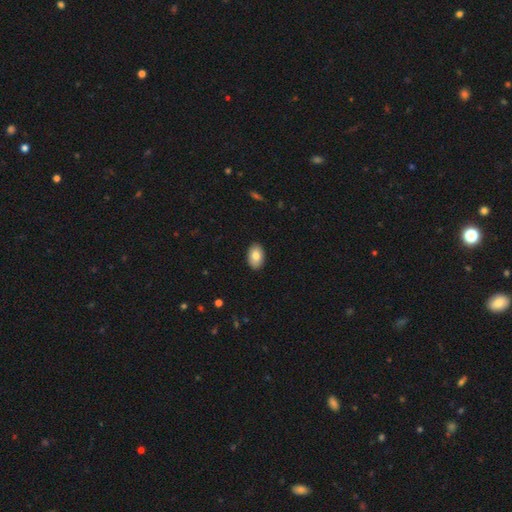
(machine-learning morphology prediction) smooth_or_featured: smooth (p=0.83) [alt: featured or disk p=0.11]
how_rounded: in between (p=0.90) [alt: round p=0.09]
merging: none (p=0.90) [alt: minor disturbance p=0.07]